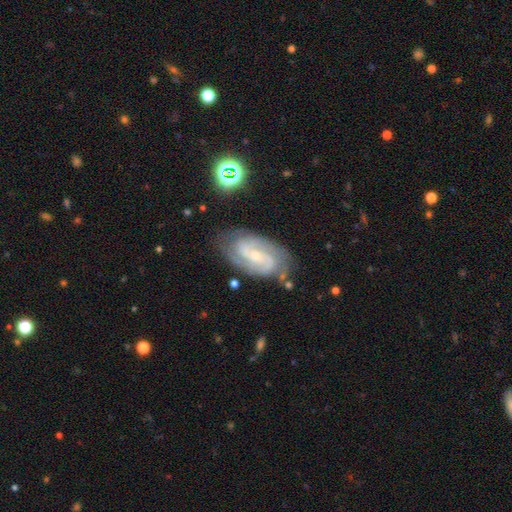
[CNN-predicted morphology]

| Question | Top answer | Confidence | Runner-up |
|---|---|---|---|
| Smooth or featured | featured or disk | 85% | smooth (9%) |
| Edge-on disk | no | 96% | yes (4%) |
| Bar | weak | 43% | no (40%) |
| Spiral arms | yes | 96% | no (4%) |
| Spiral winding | medium | 45% | tight (41%) |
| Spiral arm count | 2 | 69% | can't tell (12%) |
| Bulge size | small | 74% | moderate (22%) |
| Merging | none | 75% | minor disturbance (17%) |